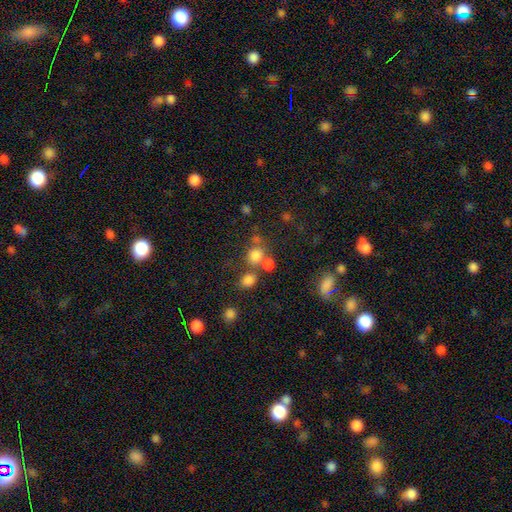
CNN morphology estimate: smooth 76%, star or artifact 15%, featured or disk 9%. Down the decision tree: how rounded — round (77%); merging — none (53%).